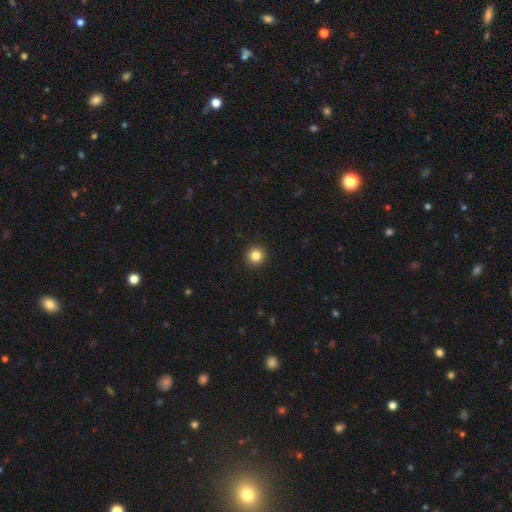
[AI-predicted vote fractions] The model was most divided on "smooth or featured": smooth: 84%, star or artifact: 11%, featured or disk: 5%. More confident: how rounded — round (94%); merging — none (93%).